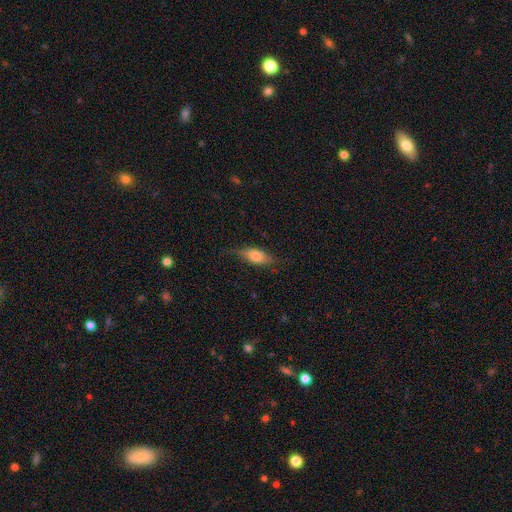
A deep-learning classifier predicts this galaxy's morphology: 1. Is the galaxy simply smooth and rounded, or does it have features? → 67% smooth, 25% featured or disk, 7% star or artifact.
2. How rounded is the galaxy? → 78% in between, 17% cigar-shaped, 5% round.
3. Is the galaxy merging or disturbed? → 63% none, 27% minor disturbance, 9% major disturbance, 1% merger.